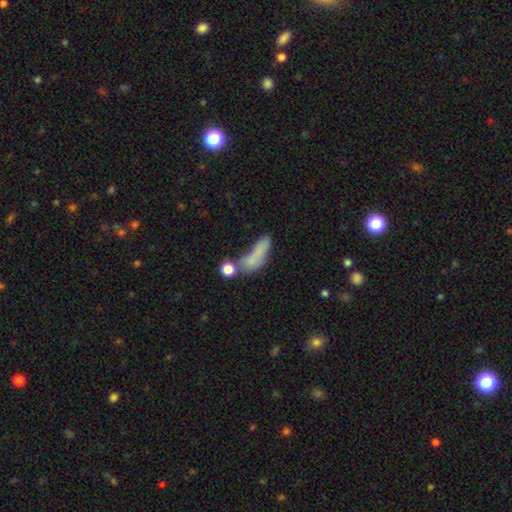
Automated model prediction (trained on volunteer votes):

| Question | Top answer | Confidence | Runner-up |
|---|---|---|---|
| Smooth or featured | smooth | 70% | featured or disk (17%) |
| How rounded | in between | 50% | cigar-shaped (42%) |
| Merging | none | 32% | merger (25%) |